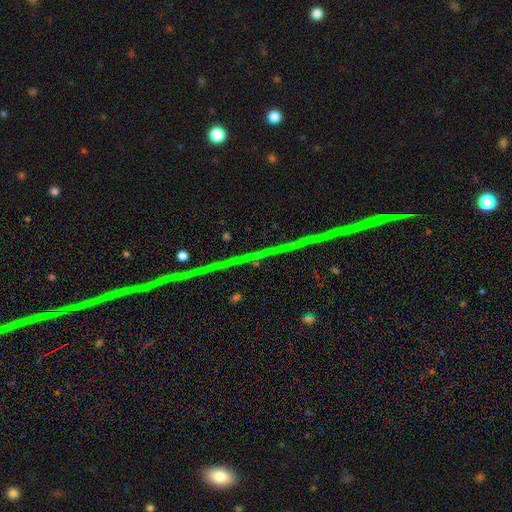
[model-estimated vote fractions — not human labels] star or artifact 72%, featured or disk 18%, smooth 10%.